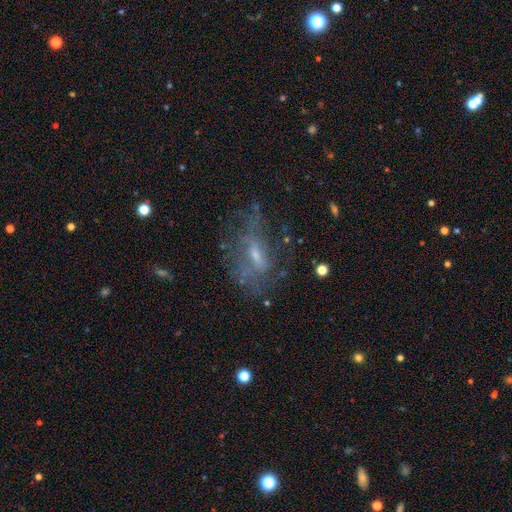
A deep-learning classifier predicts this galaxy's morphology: A featured or disk galaxy (61%) with a weak bar (43%, tied with no), no spiral arms (58%) and a small central bulge (54%). Merging: none (52%).